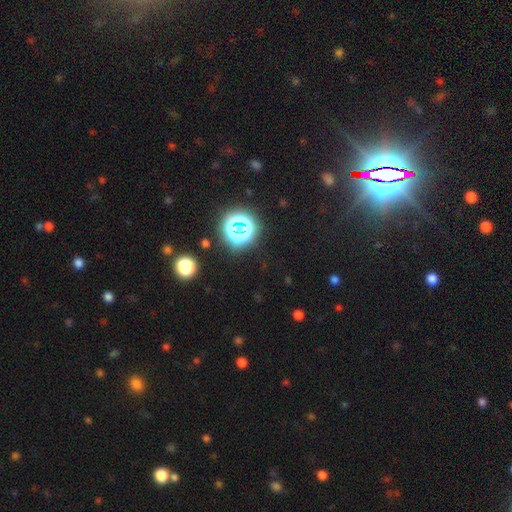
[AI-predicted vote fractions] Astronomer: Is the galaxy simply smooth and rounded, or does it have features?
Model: star or artifact — 83%.